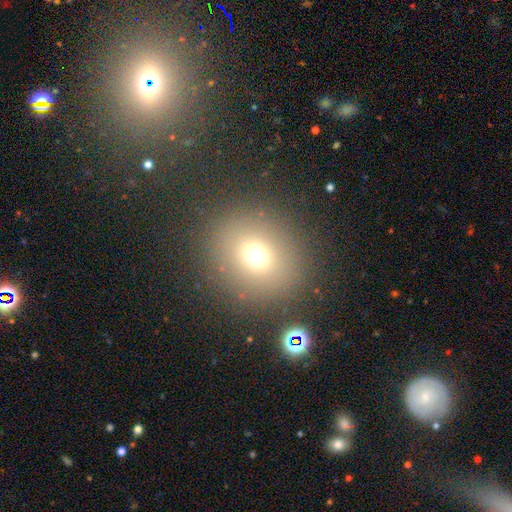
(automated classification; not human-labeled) A smooth galaxy with no disk features (70%) that is round (78%).

Vote fractions:
- Smooth or featured? smooth: 70% / star or artifact: 19% / featured or disk: 11%
- How rounded? round: 78% / in between: 21% / cigar-shaped: 1%
- Merging? none: 84% / minor disturbance: 8% / major disturbance: 5% / merger: 3%